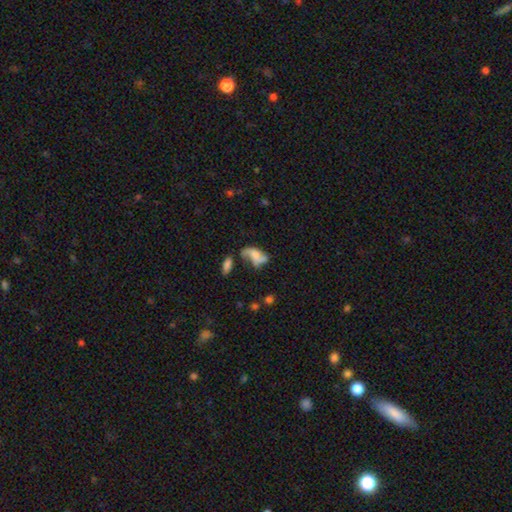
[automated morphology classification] The model was most divided on "smooth or featured": featured or disk: 50%, smooth: 40%, star or artifact: 10%. Remaining: merging — none (37%).